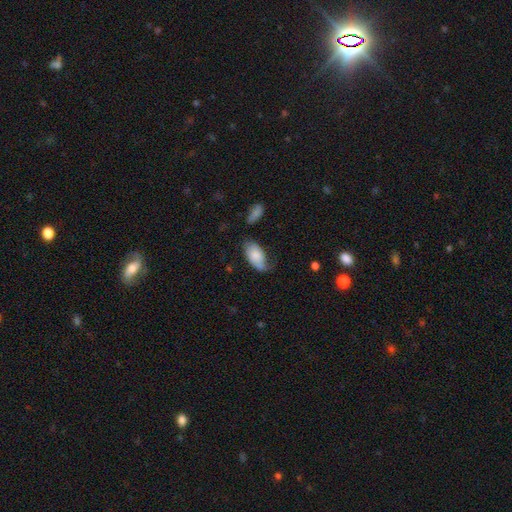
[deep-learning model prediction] This appears to be a smooth galaxy with no disk features (73%) that is in between round and cigar-shaped (94%). Merging: none (44%).